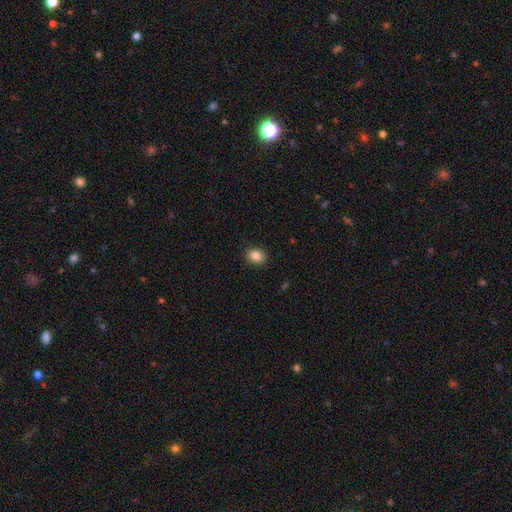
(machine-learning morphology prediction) Smooth or featured: smooth — 85% (star or artifact — 10%)
How rounded: round — 51% (in between — 48%)
Merging: none — 89% (minor disturbance — 8%)